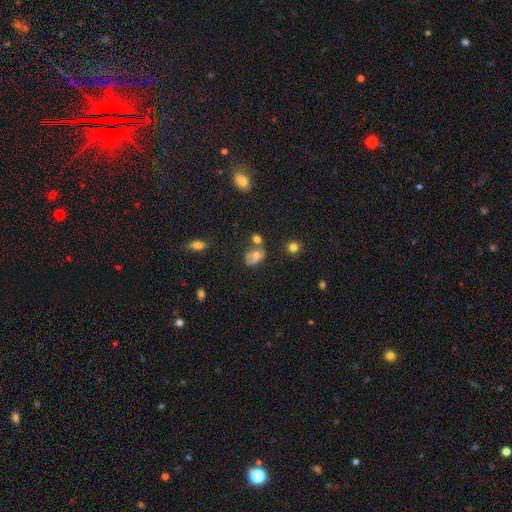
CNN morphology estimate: A smooth galaxy with no disk features (66%) that is in between round and cigar-shaped (75%). Merging: none (42%).